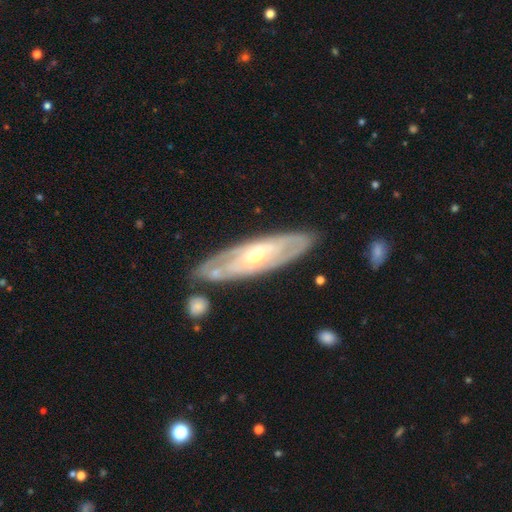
Q: Smooth or featured?
A: featured or disk (82%); runner-up: smooth (11%)
Q: Edge-on disk?
A: no (77%); runner-up: yes (23%)
Q: Bar?
A: no (46%); runner-up: weak (38%)
Q: Spiral arms?
A: yes (92%); runner-up: no (8%)
Q: Spiral winding?
A: tight (64%); runner-up: medium (27%)
Q: Spiral arm count?
A: can't tell (50%); runner-up: 2 (27%)
Q: Bulge size?
A: small (54%); runner-up: moderate (42%)
Q: Merging?
A: none (80%); runner-up: minor disturbance (11%)